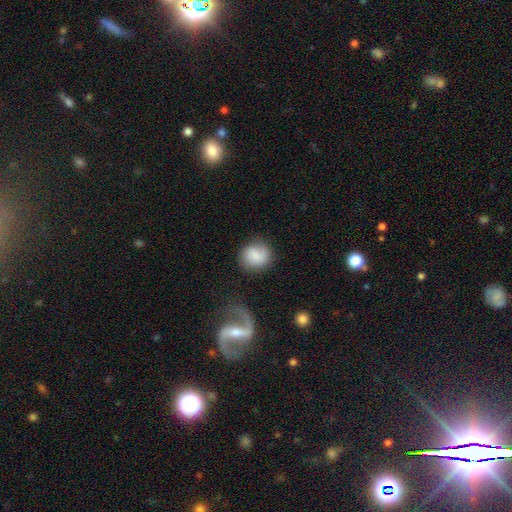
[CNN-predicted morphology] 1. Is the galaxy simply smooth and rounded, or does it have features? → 71% smooth, 21% featured or disk, 8% star or artifact.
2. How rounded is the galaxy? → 78% round, 21% in between, 1% cigar-shaped.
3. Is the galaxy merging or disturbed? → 68% none, 19% minor disturbance, 9% major disturbance, 4% merger.